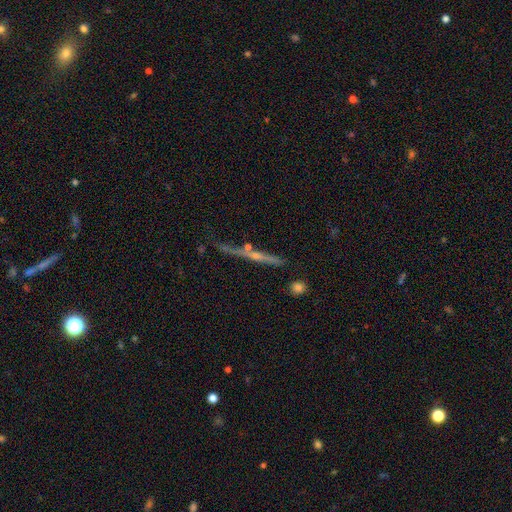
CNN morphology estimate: A featured or disk galaxy (69%) viewed edge-on (94%) with a rounded central bulge (54%). Merging: none (76%).